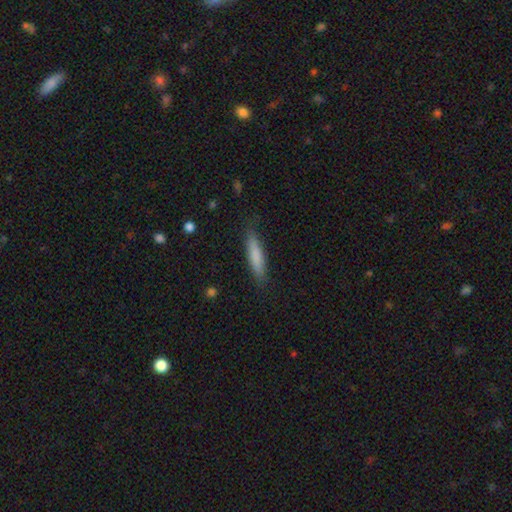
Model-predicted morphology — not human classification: Smooth or featured?
  - smooth: 81% *
  - featured or disk: 13%
  - star or artifact: 6%
How rounded?
  - cigar-shaped: 83% *
  - in between: 16%
  - round: 1%
Merging?
  - none: 84% *
  - minor disturbance: 12%
  - major disturbance: 3%
  - merger: 1%